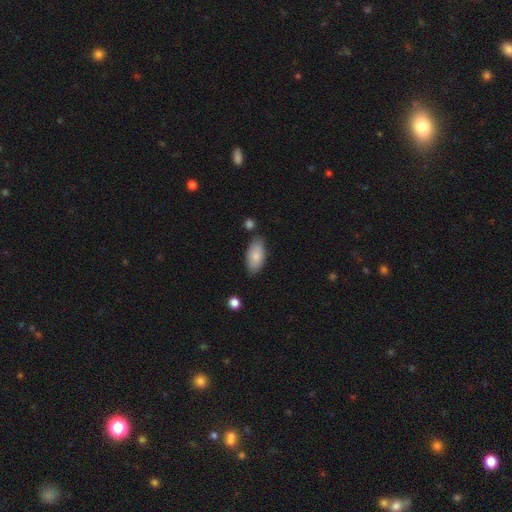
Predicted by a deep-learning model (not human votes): The model was most divided on "merging": none: 76%, minor disturbance: 17%, merger: 5%, major disturbance: 3%. More confident: how rounded — in between (92%); smooth or featured — smooth (82%).